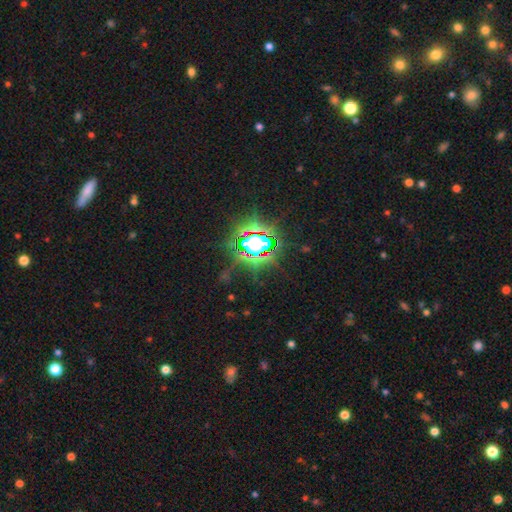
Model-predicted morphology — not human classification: Smooth or featured? Predicted: star or artifact (p=0.82).